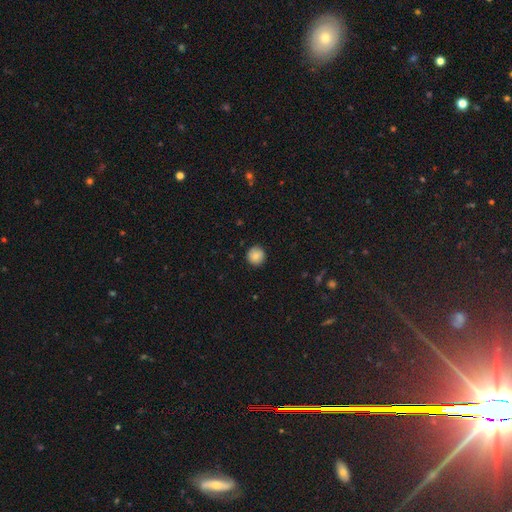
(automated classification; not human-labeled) Smooth or featured: smooth — 84% (star or artifact — 8%)
How rounded: round — 95% (in between — 4%)
Merging: none — 91% (minor disturbance — 6%)